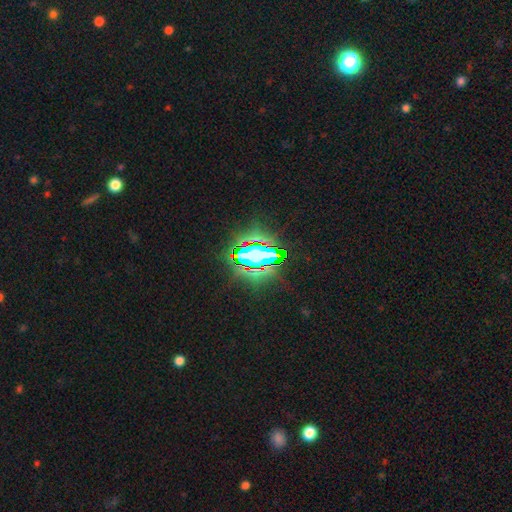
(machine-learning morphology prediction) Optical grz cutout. It shows a star or artifact, not a galaxy (70%).